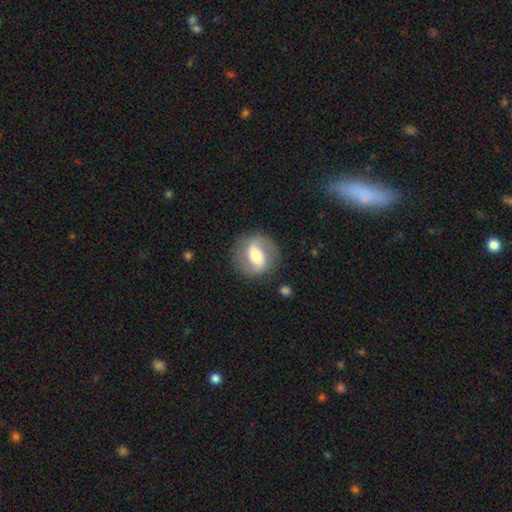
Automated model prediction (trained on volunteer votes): The model was most divided on "bar": strong: 44%, weak: 37%, no: 19%. Remaining: edge-on disk — no (95%); spiral arm count — 2 (88%); merging — none (83%); spiral arms — yes (79%); smooth or featured — featured or disk (68%); bulge size — moderate (59%); spiral winding — medium (45%).